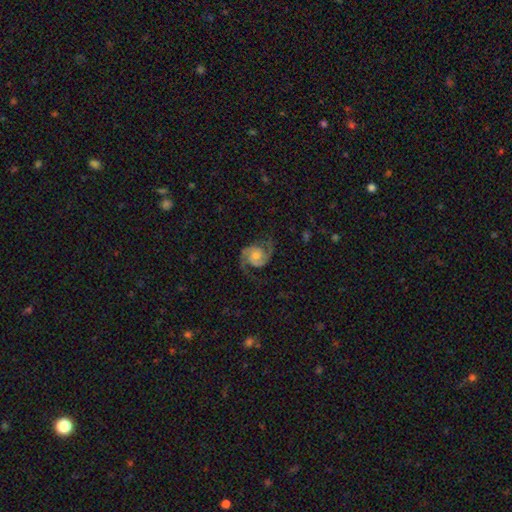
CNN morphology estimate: This appears to be a featured or disk galaxy (89%) with no bar (70%), 2 (94%) medium (54%) spiral arms (98%) and a moderate central bulge (55%). Merging: none (78%).